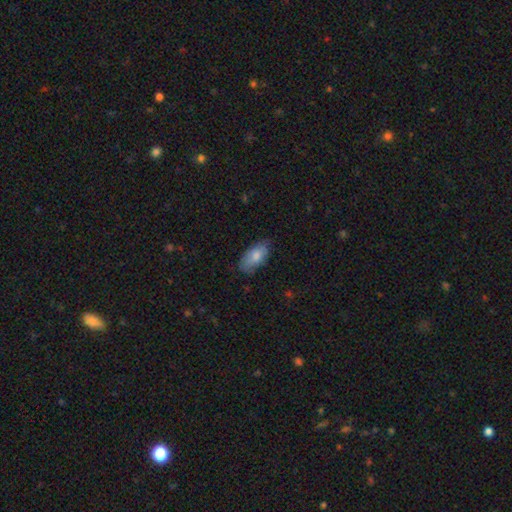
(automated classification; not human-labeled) This appears to be a smooth galaxy with no disk features (78%) that is in between round and cigar-shaped (90%). Merging: none (69%).